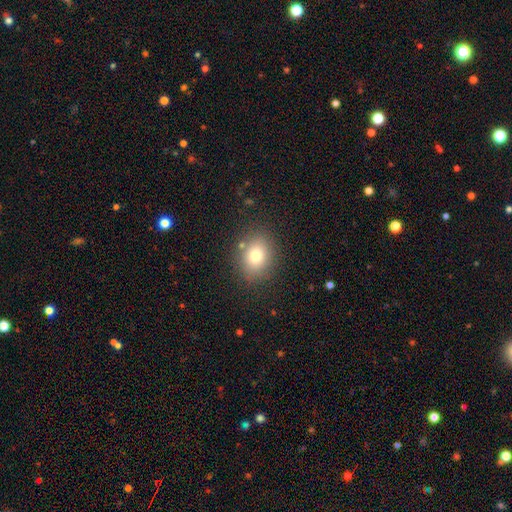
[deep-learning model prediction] A smooth galaxy with no disk features (78%) that is in between round and cigar-shaped (64%).

Vote fractions:
- Smooth or featured? smooth: 78% / featured or disk: 11% / star or artifact: 11%
- How rounded? in between: 64% / round: 35% / cigar-shaped: 1%
- Merging? none: 83% / minor disturbance: 11% / major disturbance: 4% / merger: 3%